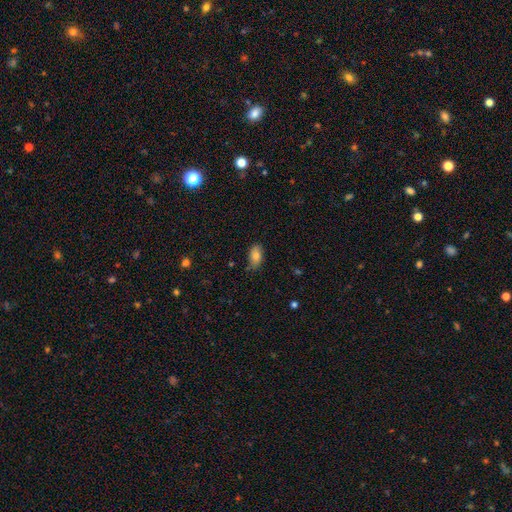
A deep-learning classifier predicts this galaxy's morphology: Smooth or featured? Predicted: smooth (p=0.80). How rounded? Predicted: in between (p=0.92). Merging? Predicted: none (p=0.74).